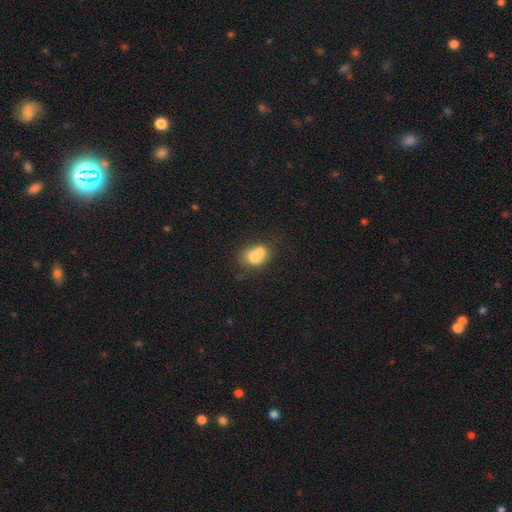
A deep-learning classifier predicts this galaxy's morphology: Q: Smooth or featured?
A: smooth (69%); runner-up: featured or disk (21%)
Q: How rounded?
A: round (51%); runner-up: in between (48%)
Q: Merging?
A: merger (59%); runner-up: none (27%)